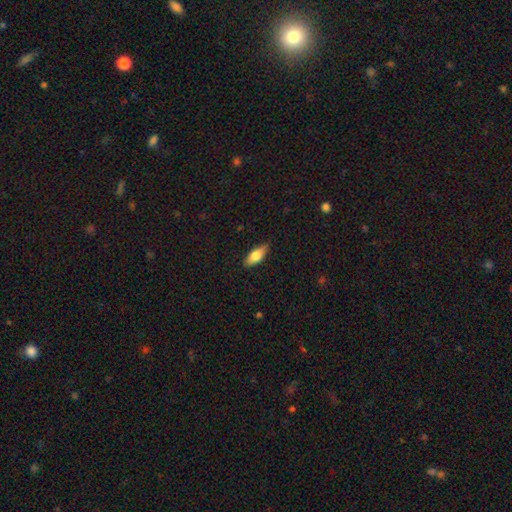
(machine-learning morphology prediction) Overall: smooth (74%). How rounded: in between (78%). Merging: none (83%).